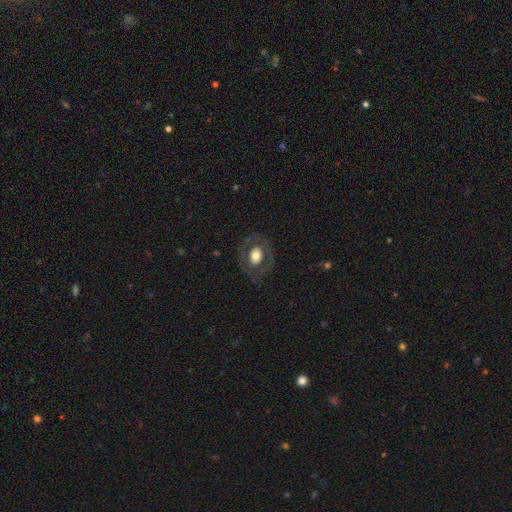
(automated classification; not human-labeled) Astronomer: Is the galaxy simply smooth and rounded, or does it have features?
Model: smooth — 55% (runner-up: featured or disk, 38%).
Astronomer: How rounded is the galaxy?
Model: in between — 53% (runner-up: round, 46%).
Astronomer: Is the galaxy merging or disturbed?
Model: none — 79%.